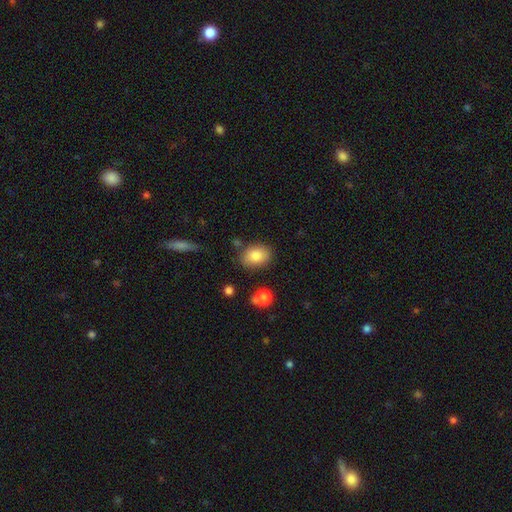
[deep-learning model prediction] A smooth galaxy with no disk features (82%) that is in between round and cigar-shaped (72%).

Vote fractions:
- Smooth or featured? smooth: 82% / featured or disk: 9% / star or artifact: 8%
- How rounded? in between: 72% / round: 27% / cigar-shaped: 1%
- Merging? none: 79% / minor disturbance: 13% / merger: 4% / major disturbance: 3%